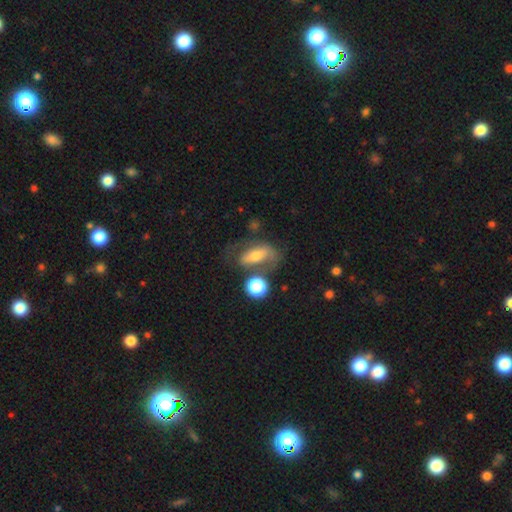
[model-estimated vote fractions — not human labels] Q: Smooth or featured?
A: featured or disk (50%); runner-up: smooth (40%)
Q: Merging?
A: none (45%); runner-up: major disturbance (21%)